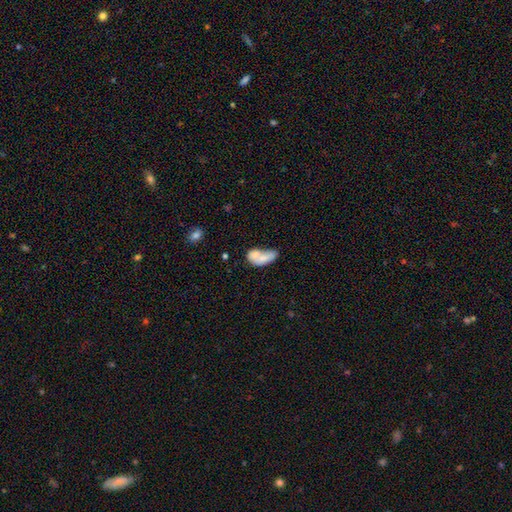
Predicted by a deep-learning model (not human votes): Smooth or featured? Predicted: smooth (p=0.61). How rounded? Predicted: in between (p=0.82). Merging? Predicted: merger (p=0.46).